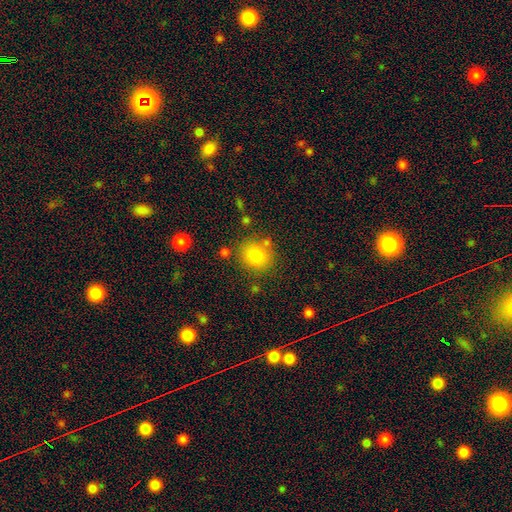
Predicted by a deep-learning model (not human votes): A smooth galaxy with no disk features (80%) that is round (84%). Merging: none (79%).